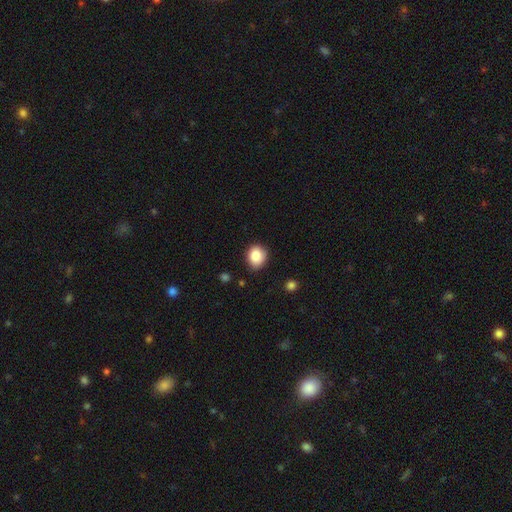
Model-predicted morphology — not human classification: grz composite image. It shows a smooth galaxy with no disk features (85%) that is round (62%). Merging: none (77%).